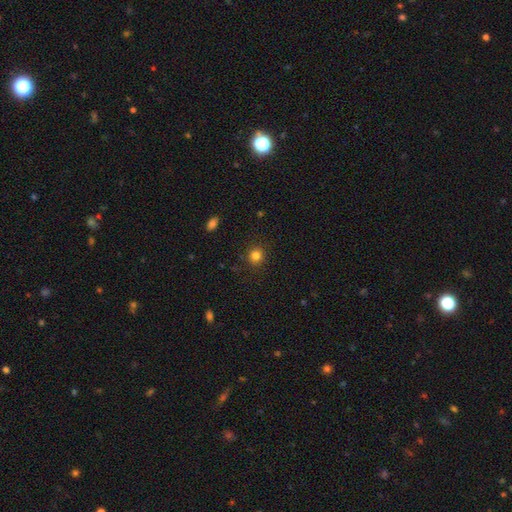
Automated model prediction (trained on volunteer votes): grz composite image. It shows a smooth galaxy with no disk features (82%) that is round (91%). Merging: none (89%).